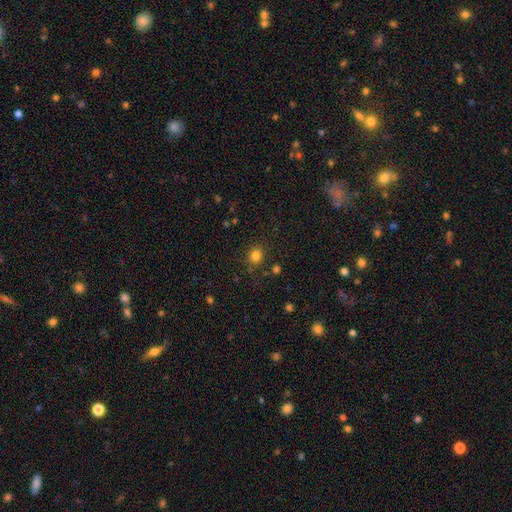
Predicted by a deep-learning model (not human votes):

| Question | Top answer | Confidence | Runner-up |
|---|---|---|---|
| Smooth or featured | smooth | 81% | star or artifact (14%) |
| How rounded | round | 75% | in between (24%) |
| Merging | none | 84% | minor disturbance (10%) |